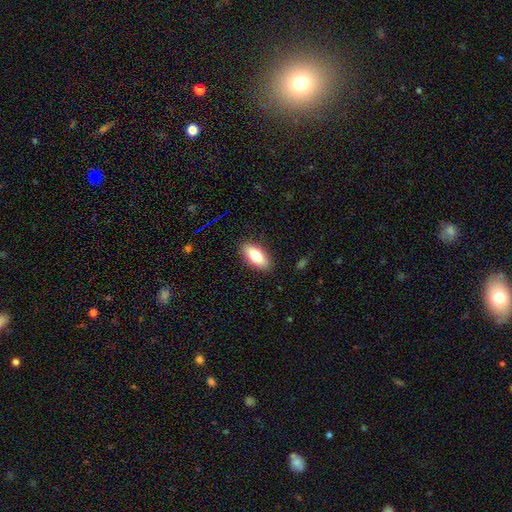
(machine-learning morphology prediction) Smooth or featured? Predicted: smooth (p=0.78). How rounded? Predicted: in between (p=0.82). Merging? Predicted: none (p=0.88).